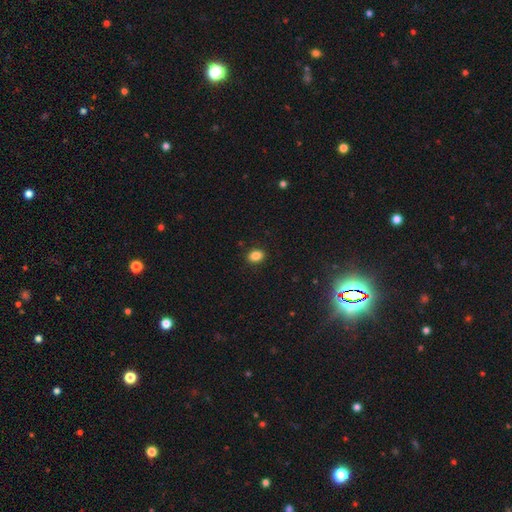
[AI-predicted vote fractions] smooth 86%, star or artifact 10%, featured or disk 4%. Down the decision tree: how rounded — in between (70%); merging — none (89%).